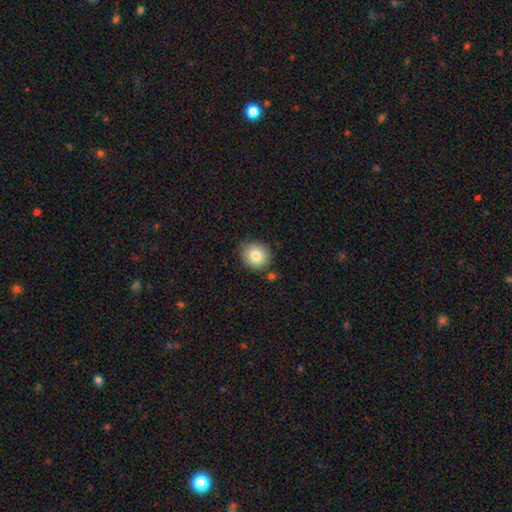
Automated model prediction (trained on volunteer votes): Smooth or featured? Predicted: smooth (p=0.83). How rounded? Predicted: round (p=0.86). Merging? Predicted: none (p=0.80).